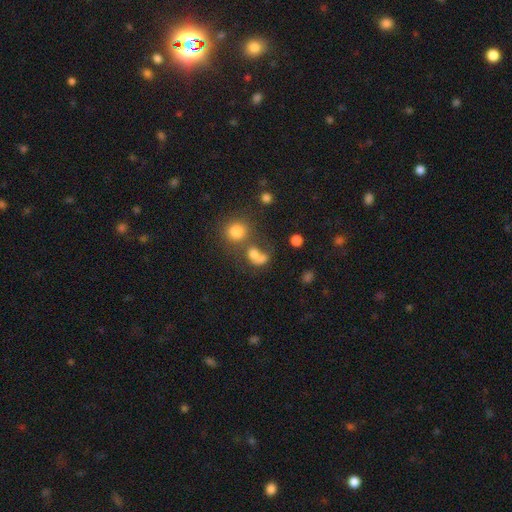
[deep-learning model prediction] A smooth galaxy with no disk features (68%) that is round (54%). Merging: merger (48%).